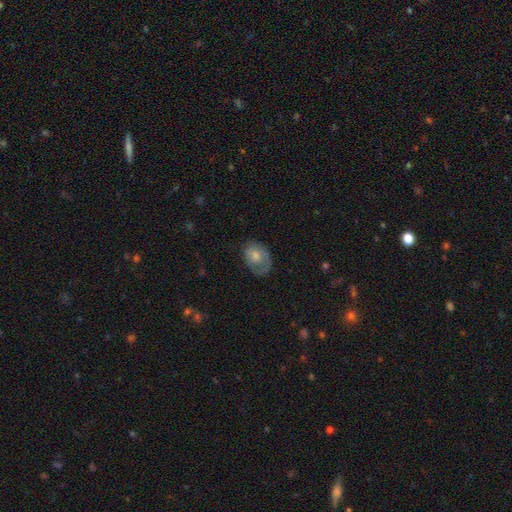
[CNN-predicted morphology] This is possibly a smooth galaxy (60%). How rounded: likely in between (74%). Merging: possibly none (54%).